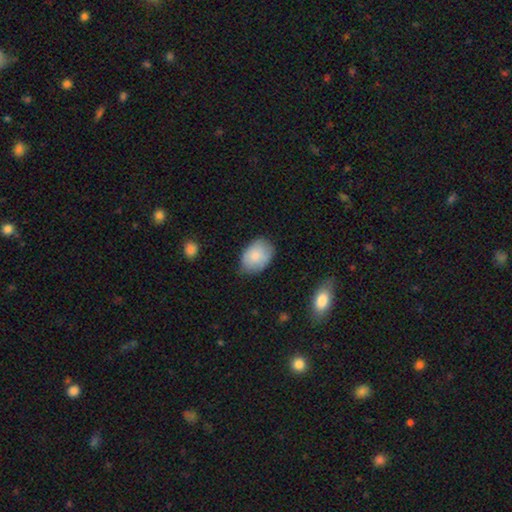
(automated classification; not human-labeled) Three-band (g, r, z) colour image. It shows a smooth galaxy with no disk features (80%) that is in between round and cigar-shaped (80%). Merging: none (70%).